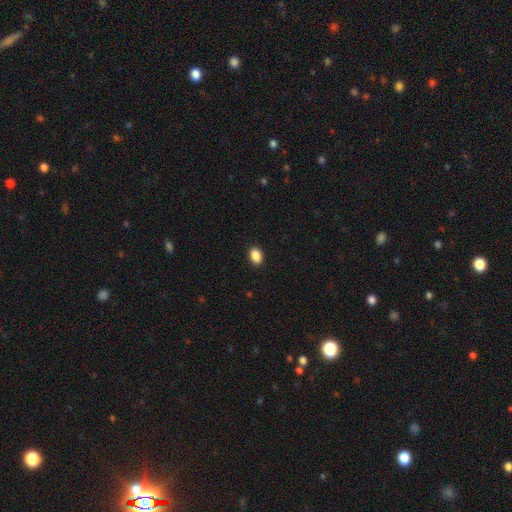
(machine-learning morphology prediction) Overall: smooth (89%). How rounded: in between (80%). Merging: none (91%).